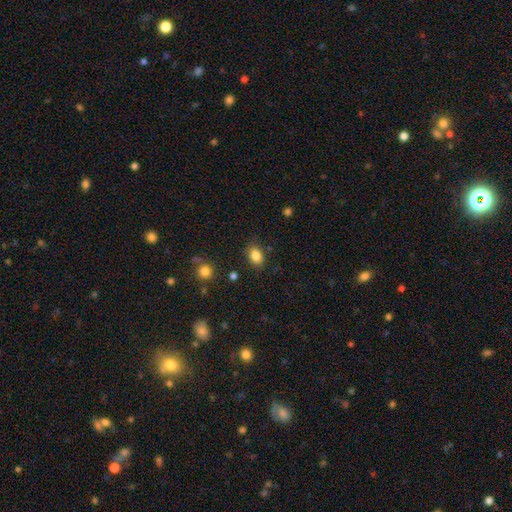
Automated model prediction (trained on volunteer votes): The model was most divided on "how rounded": in between: 77%, round: 21%, cigar-shaped: 1%. More confident: smooth or featured — smooth (85%); merging — none (81%).